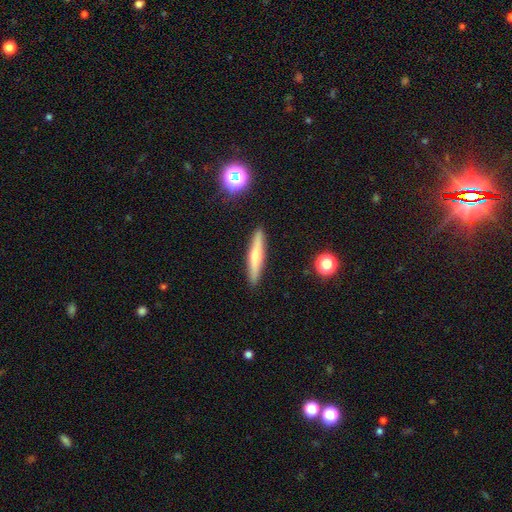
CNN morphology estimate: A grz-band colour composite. It shows a smooth galaxy with no disk features (52%) that is cigar-shaped (90%). Merging: none (90%).